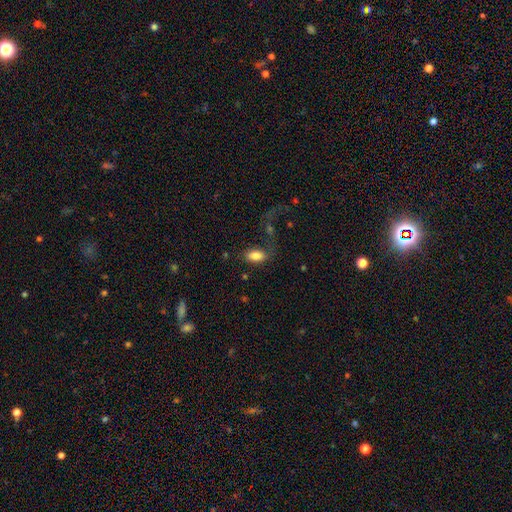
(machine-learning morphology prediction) A smooth galaxy with no disk features (84%) that is in between round and cigar-shaped (93%). Merging: none (57%).